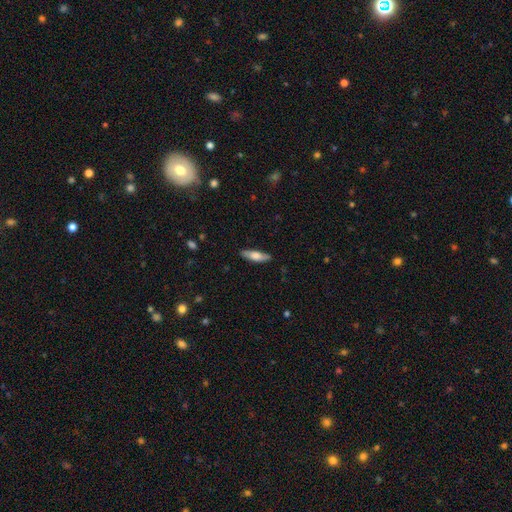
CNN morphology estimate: smooth_or_featured: smooth (p=0.66) [alt: featured or disk p=0.28]
how_rounded: cigar-shaped (p=0.55) [alt: in between p=0.43]
merging: none (p=0.86) [alt: minor disturbance p=0.11]